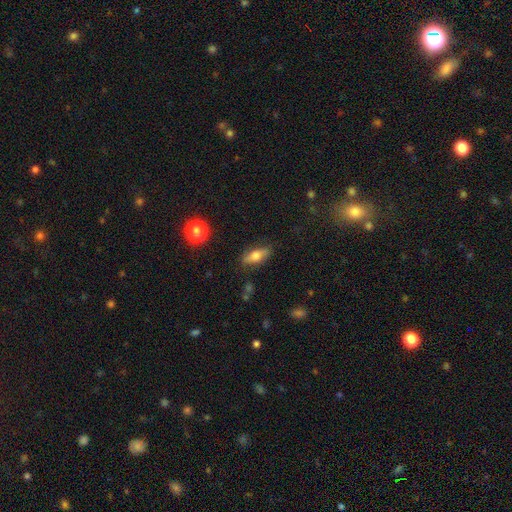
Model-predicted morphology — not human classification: Overall: smooth (65%; featured or disk 26%). How rounded: in between (74%). Merging: none (81%).